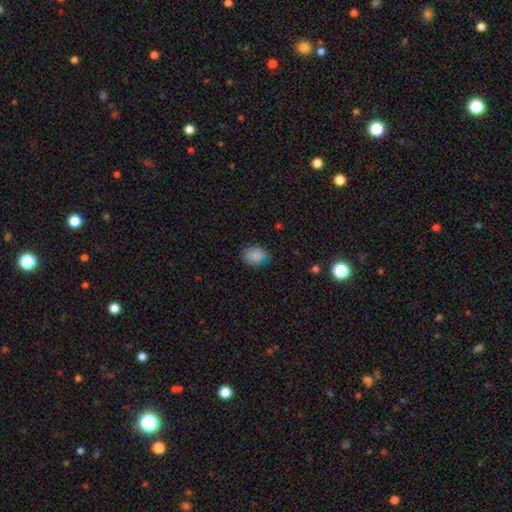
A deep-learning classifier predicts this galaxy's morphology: Smooth or featured: smooth — 86% (star or artifact — 9%)
How rounded: in between — 54% (round — 45%)
Merging: none — 73% (minor disturbance — 21%)